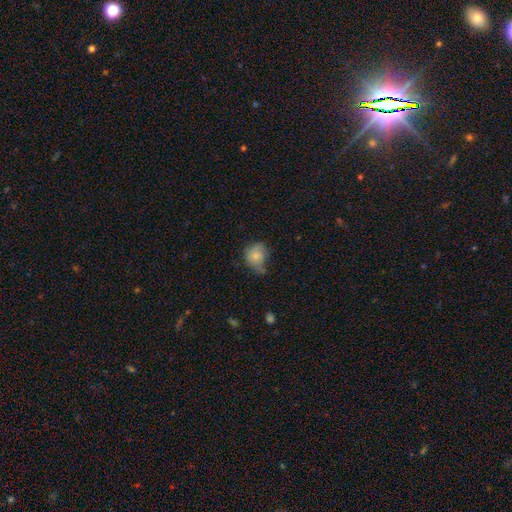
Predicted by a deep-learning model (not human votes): smooth_or_featured: smooth (p=0.76) [alt: featured or disk p=0.15]
how_rounded: round (p=0.56) [alt: in between p=0.43]
merging: none (p=0.40) [tied with: minor disturbance p=0.40]